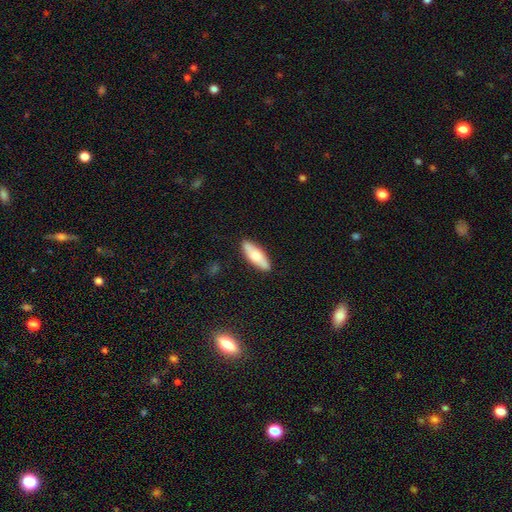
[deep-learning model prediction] This is likely a smooth galaxy (71%). How rounded: possibly in between (55%). Merging: clearly none (89%).